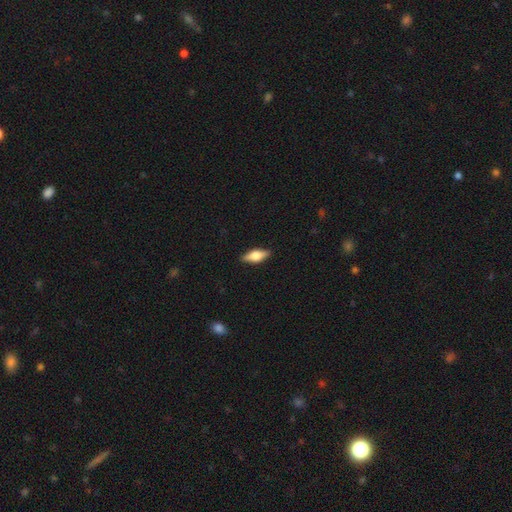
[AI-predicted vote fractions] Smooth or featured?
  - smooth: 54% *
  - featured or disk: 39%
  - star or artifact: 7%
How rounded?
  - in between: 70% *
  - cigar-shaped: 26%
  - round: 4%
Merging?
  - none: 89% *
  - minor disturbance: 9%
  - major disturbance: 2%
  - merger: 1%